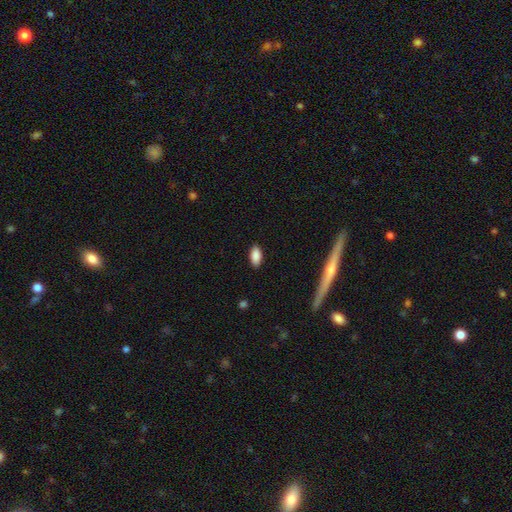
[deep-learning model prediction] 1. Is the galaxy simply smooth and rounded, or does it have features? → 88% smooth, 7% star or artifact, 5% featured or disk.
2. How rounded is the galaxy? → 91% in between, 6% cigar-shaped, 3% round.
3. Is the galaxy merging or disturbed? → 87% none, 9% minor disturbance, 2% major disturbance, 1% merger.